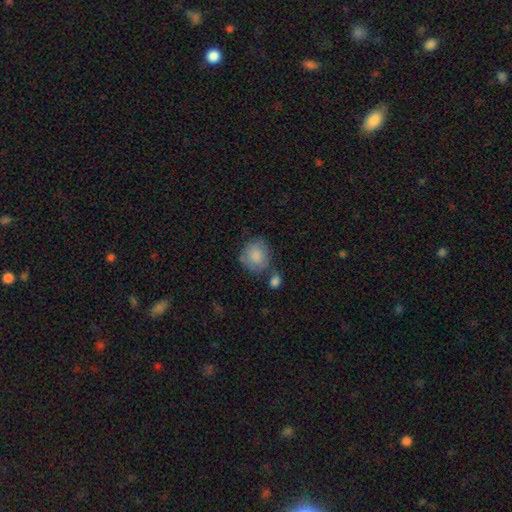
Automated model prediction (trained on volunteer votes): Smooth or featured: smooth — 82% (featured or disk — 12%)
How rounded: round — 76% (in between — 23%)
Merging: none — 54% (minor disturbance — 21%)